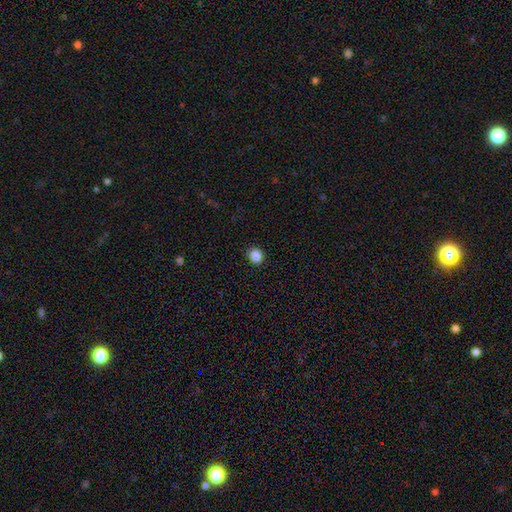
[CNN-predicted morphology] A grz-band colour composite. It shows a smooth galaxy with no disk features (87%) that is round (80%). Merging: none (91%).